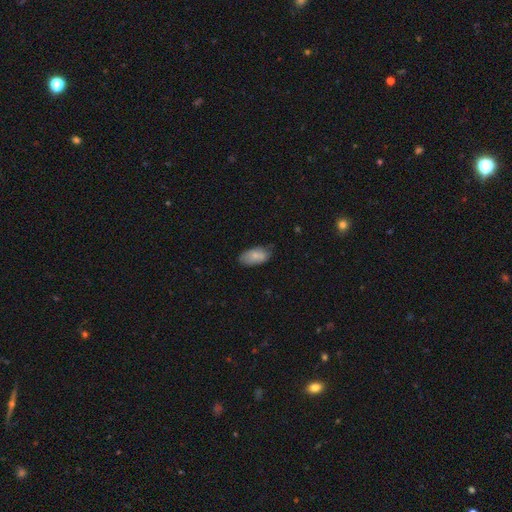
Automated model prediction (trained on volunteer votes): Morphology: type=smooth (76%); roundness=in between (94%); merging=none (65%).